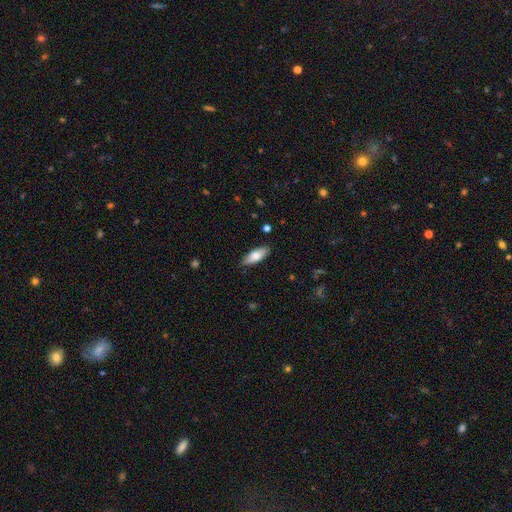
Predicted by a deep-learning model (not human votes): Overall: smooth (76%). How rounded: in between (70%). Merging: none (87%).